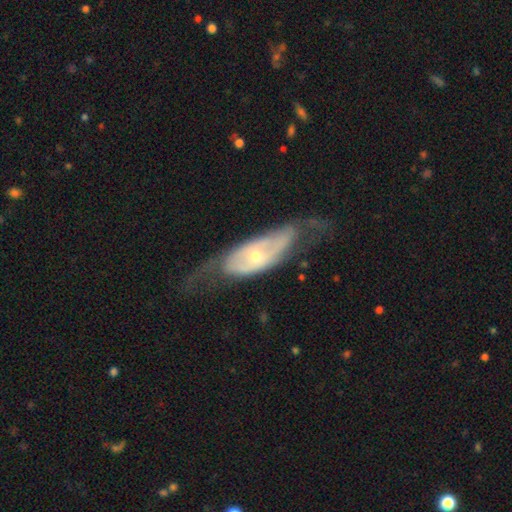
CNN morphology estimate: This is likely a featured or disk galaxy (75%). It is clearly not viewed edge-on (80%). Bar: likely no (72%). Spiral arm pattern: likely yes (68%). Central bulge: possibly small (50%). Merging: possibly none (50%).